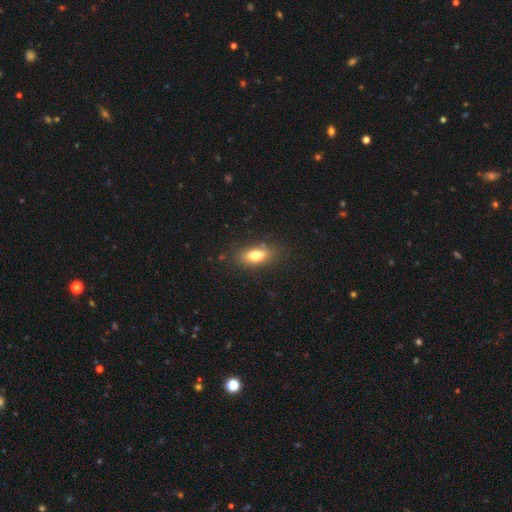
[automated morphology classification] A smooth galaxy with no disk features (72%) that is in between round and cigar-shaped (79%). Merging: none (81%).